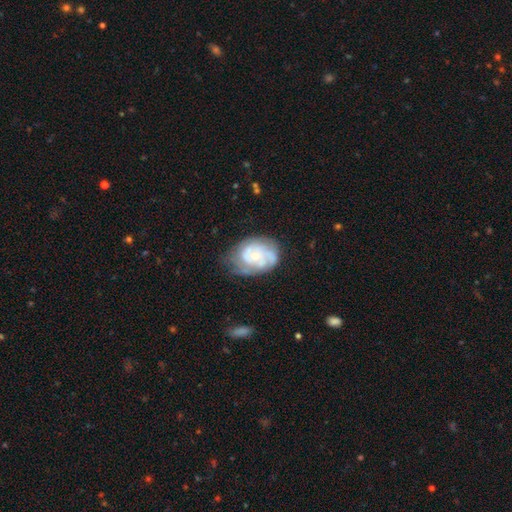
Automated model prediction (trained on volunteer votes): Overall: featured or disk (78%). Edge-on disk: no (98%). Bar: no (75%). Spiral arms: yes (90%). Spiral arm count: can't tell (33%; 2 30%). Spiral winding: tight (58%; medium 33%). Bulge size: small (62%; moderate 33%). Merging: none (58%; minor disturbance 27%).